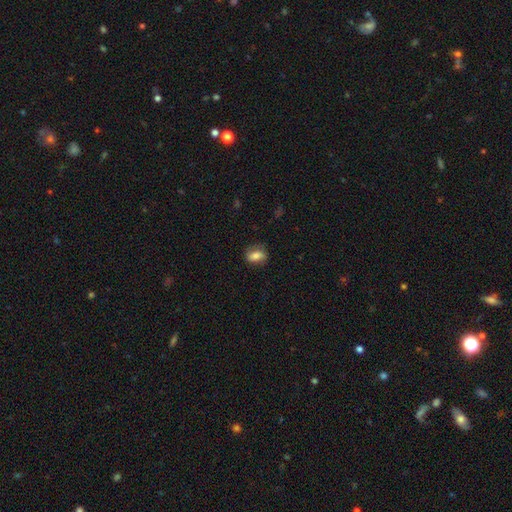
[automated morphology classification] smooth 69%, featured or disk 22%, star or artifact 8%. Down the decision tree: how rounded — in between (76%); merging — none (75%).